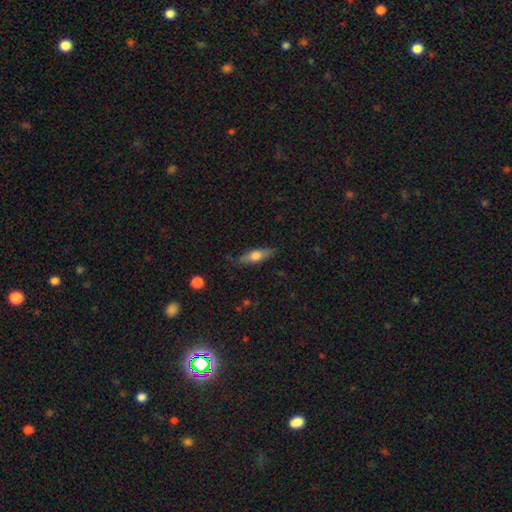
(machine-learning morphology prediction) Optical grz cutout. It shows a smooth galaxy with no disk features (61%) that is in between round and cigar-shaped (53%). Merging: none (78%).